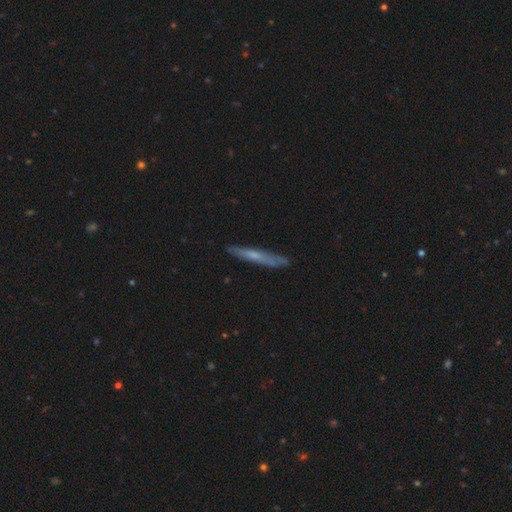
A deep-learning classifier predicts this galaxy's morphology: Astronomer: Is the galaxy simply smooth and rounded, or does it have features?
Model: smooth — 49% (runner-up: featured or disk, 44%).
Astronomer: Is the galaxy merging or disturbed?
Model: none — 82%.